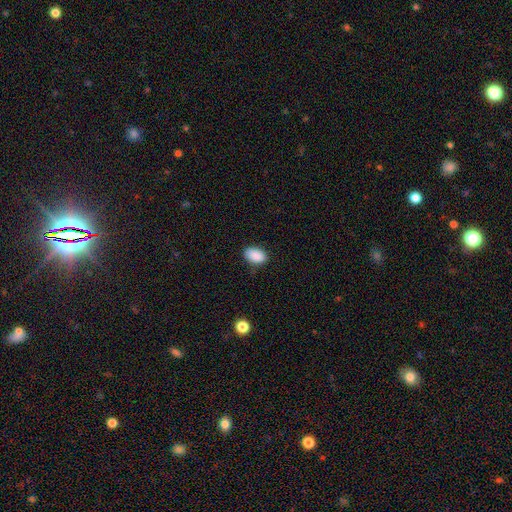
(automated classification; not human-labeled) The model was most divided on "merging": none: 83%, minor disturbance: 13%, major disturbance: 3%, merger: 1%. More confident: how rounded — in between (91%); smooth or featured — smooth (90%).